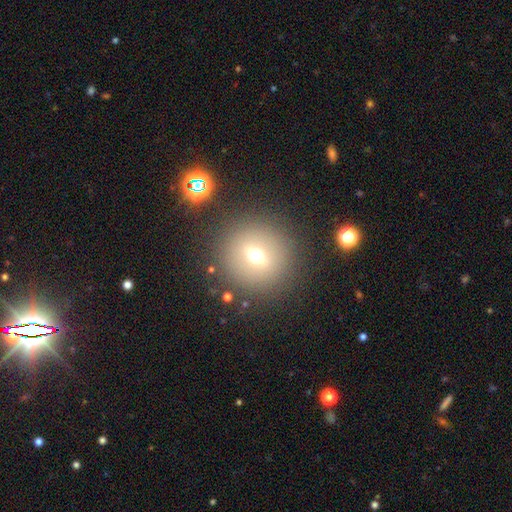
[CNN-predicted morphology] A smooth galaxy with no disk features (60%) that is round (91%).

Vote fractions:
- Smooth or featured? smooth: 60% / star or artifact: 20% / featured or disk: 20%
- How rounded? round: 91% / in between: 8% / cigar-shaped: 1%
- Merging? none: 86% / minor disturbance: 7% / major disturbance: 4% / merger: 3%